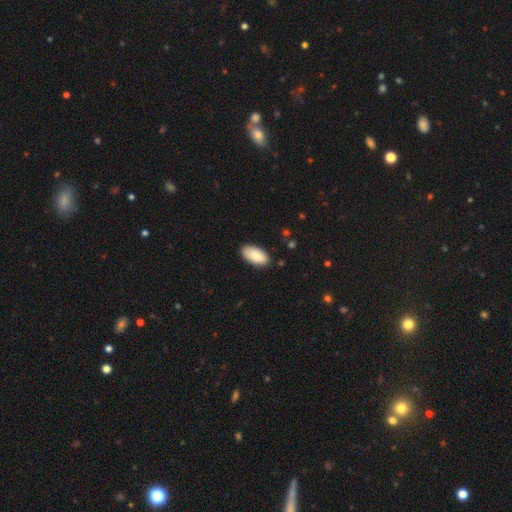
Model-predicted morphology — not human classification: smooth-or-featured: smooth: 86% | featured or disk: 8% | star or artifact: 6%
  how-rounded: in between: 95% | cigar-shaped: 3% | round: 2%
  merging: none: 86% | minor disturbance: 11% | major disturbance: 2% | merger: 1%